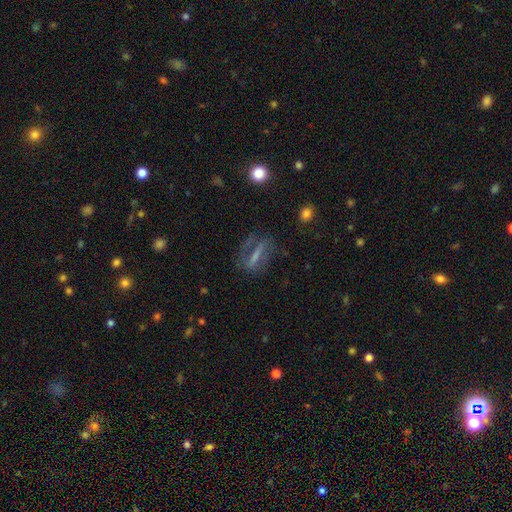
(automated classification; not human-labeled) This appears to be a featured or disk galaxy (52%). Merging: none (67%).